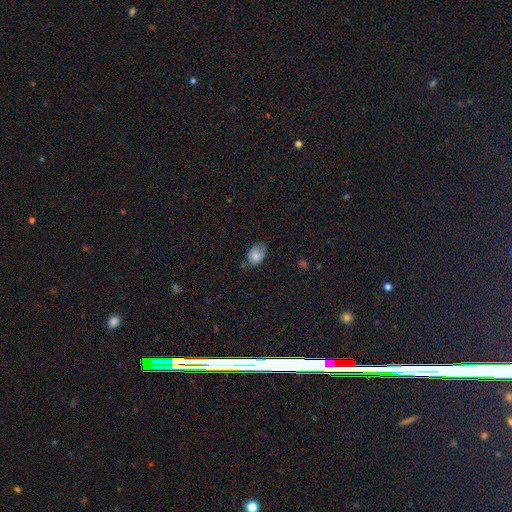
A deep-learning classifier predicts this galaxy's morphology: A smooth galaxy with no disk features (79%) that is in between round and cigar-shaped (81%). Merging: none (54%).